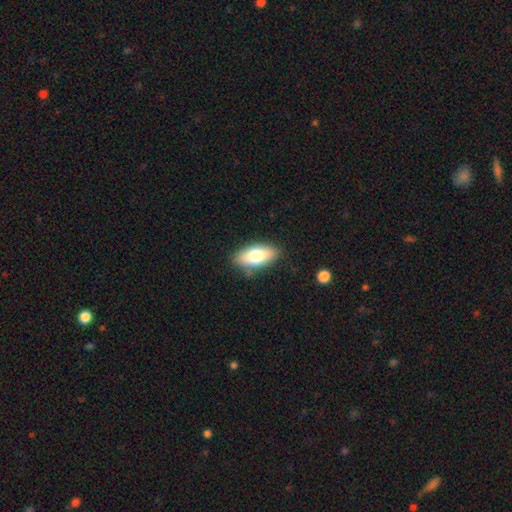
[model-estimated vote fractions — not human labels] Overall: smooth (73%). How rounded: in between (87%). Merging: none (83%).